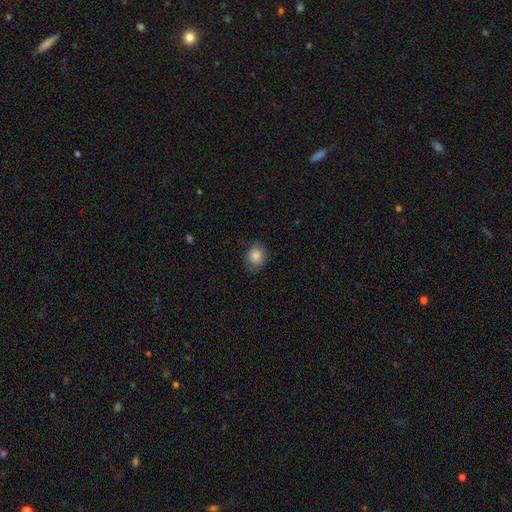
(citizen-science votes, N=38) smooth-or-featured: smooth: 87% | star or artifact: 8% | featured or disk: 5%
  how-rounded: in between: 61% | round: 39% | cigar-shaped: 0%
  merging: none: 63% | minor disturbance: 31% | major disturbance: 6% | merger: 0%